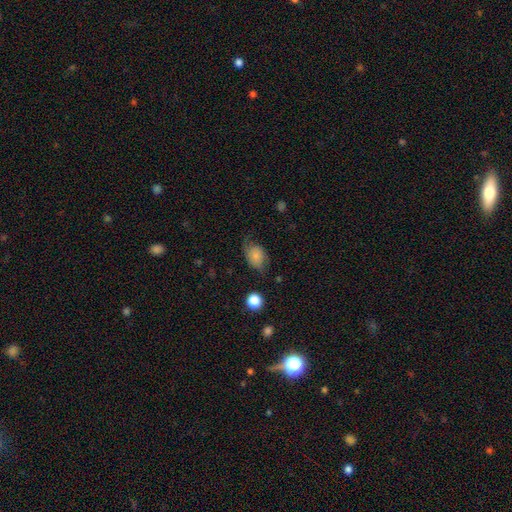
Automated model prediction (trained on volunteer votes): A smooth galaxy with no disk features (69%) that is in between round and cigar-shaped (76%).

Vote fractions:
- Smooth or featured? smooth: 69% / featured or disk: 22% / star or artifact: 9%
- How rounded? in between: 76% / round: 23% / cigar-shaped: 1%
- Merging? none: 53% / minor disturbance: 31% / major disturbance: 14% / merger: 2%